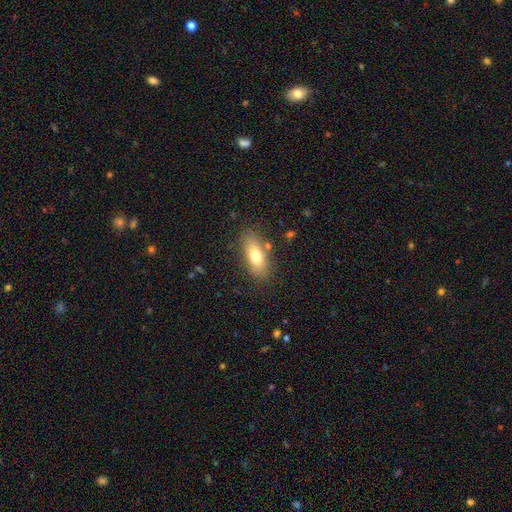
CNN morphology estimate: A smooth galaxy with no disk features (72%) that is in between round and cigar-shaped (78%).

Vote fractions:
- Smooth or featured? smooth: 72% / featured or disk: 20% / star or artifact: 8%
- How rounded? in between: 78% / cigar-shaped: 18% / round: 4%
- Merging? none: 80% / minor disturbance: 13% / major disturbance: 4% / merger: 4%